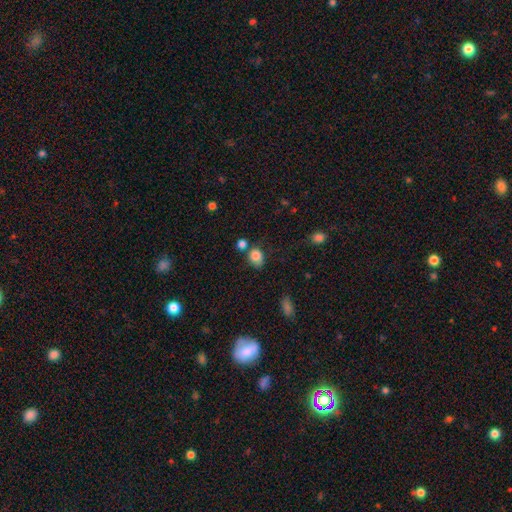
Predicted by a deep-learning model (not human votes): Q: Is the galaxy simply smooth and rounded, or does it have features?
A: smooth — 84%.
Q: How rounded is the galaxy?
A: round — 53%.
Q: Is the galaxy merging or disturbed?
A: none — 57%.